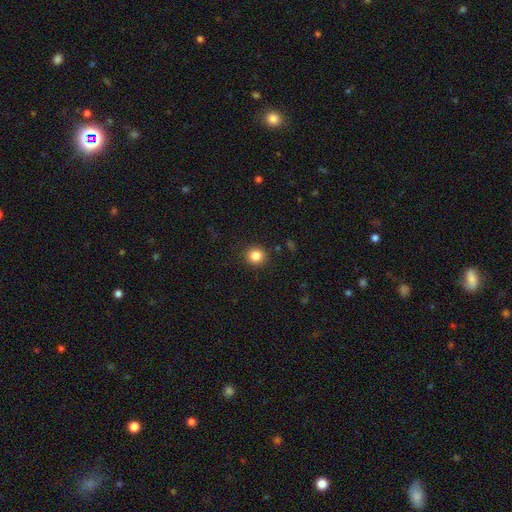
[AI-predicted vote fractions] smooth-or-featured: smooth: 84% | star or artifact: 11% | featured or disk: 5%
  how-rounded: round: 91% | in between: 8% | cigar-shaped: 1%
  merging: none: 91% | minor disturbance: 6% | major disturbance: 2% | merger: 1%